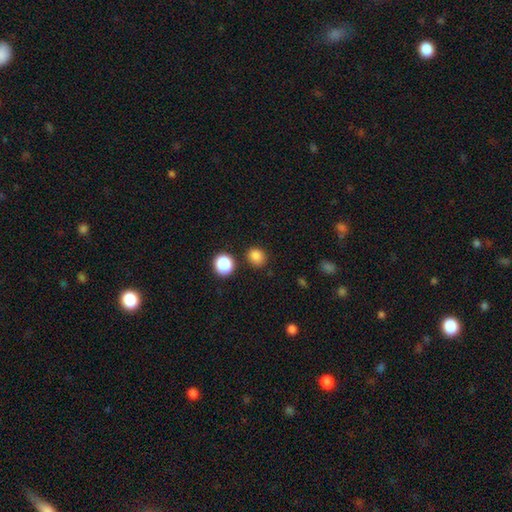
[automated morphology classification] A smooth galaxy with no disk features (83%) that is round (71%).

Vote fractions:
- Smooth or featured? smooth: 83% / star or artifact: 13% / featured or disk: 4%
- How rounded? round: 71% / in between: 28% / cigar-shaped: 1%
- Merging? none: 83% / minor disturbance: 10% / merger: 4% / major disturbance: 3%